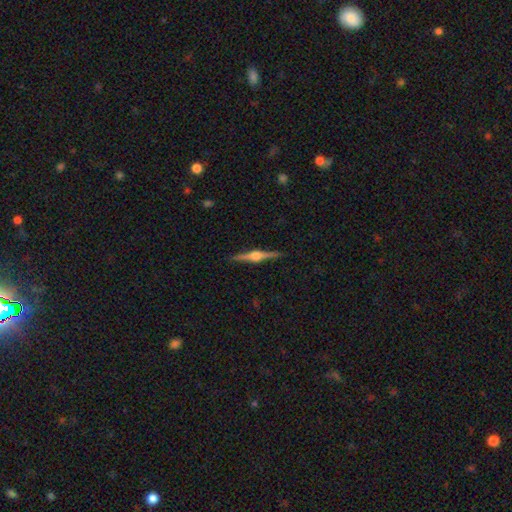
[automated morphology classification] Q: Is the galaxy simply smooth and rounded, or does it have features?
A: featured or disk — 83%.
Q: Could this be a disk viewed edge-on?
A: yes — 99%.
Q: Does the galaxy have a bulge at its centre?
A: rounded — 92%.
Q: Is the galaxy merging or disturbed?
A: none — 91%.